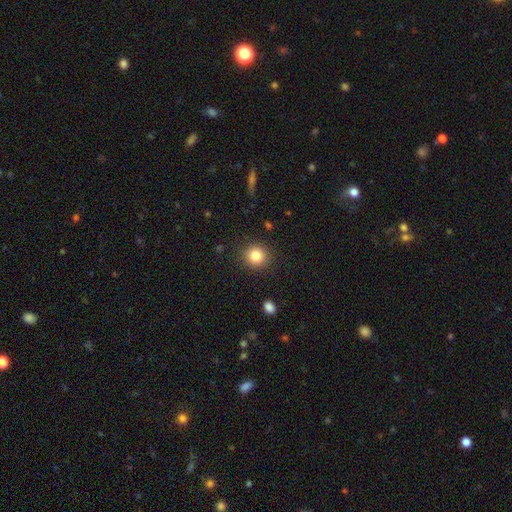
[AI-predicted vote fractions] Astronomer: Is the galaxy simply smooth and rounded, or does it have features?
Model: smooth — 83%.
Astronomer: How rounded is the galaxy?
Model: round — 90%.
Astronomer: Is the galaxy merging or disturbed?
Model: none — 89%.